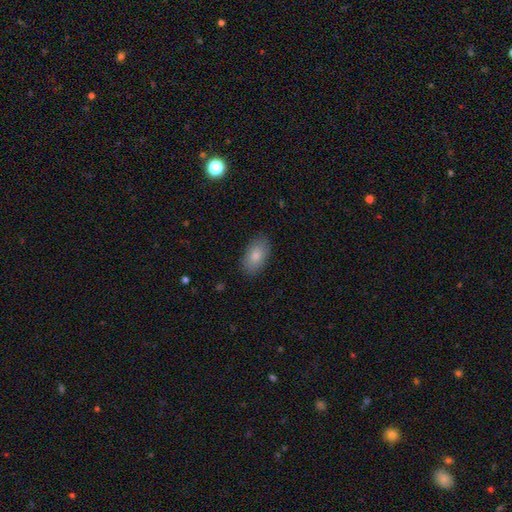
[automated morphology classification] Smooth or featured? Predicted: smooth (p=0.83). How rounded? Predicted: in between (p=0.93). Merging? Predicted: none (p=0.86).